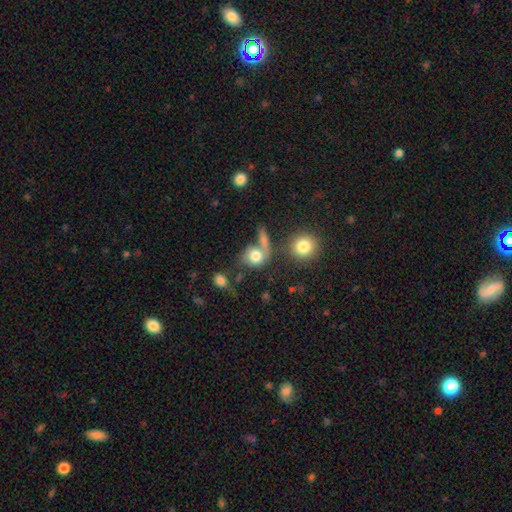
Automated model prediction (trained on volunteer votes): smooth_or_featured: smooth (p=0.76) [alt: featured or disk p=0.14]
how_rounded: round (p=0.72) [alt: in between p=0.25]
merging: none (p=0.39) [alt: merger p=0.35]